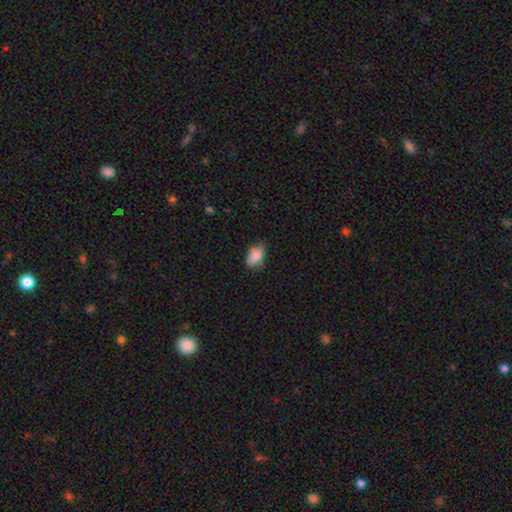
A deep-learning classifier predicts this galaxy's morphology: The model was most divided on "merging": none: 69%, minor disturbance: 25%, major disturbance: 4%, merger: 1%. More confident: how rounded — in between (90%); smooth or featured — smooth (86%).